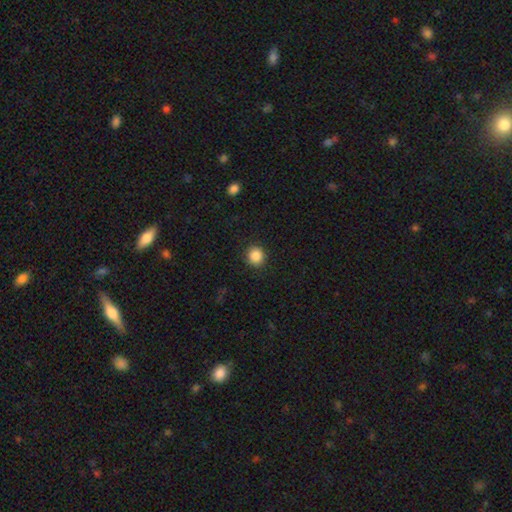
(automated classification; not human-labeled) A smooth galaxy with no disk features (87%) that is round (90%).

Vote fractions:
- Smooth or featured? smooth: 87% / star or artifact: 10% / featured or disk: 3%
- How rounded? round: 90% / in between: 9% / cigar-shaped: 1%
- Merging? none: 90% / minor disturbance: 7% / major disturbance: 2% / merger: 1%